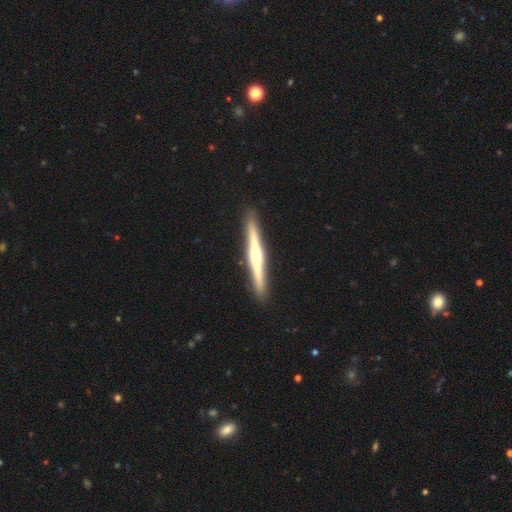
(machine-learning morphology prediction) smooth_or_featured: featured or disk (p=0.73) [alt: smooth p=0.22]
disk_edge_on: yes (p=0.97) [alt: no p=0.03]
edge_on_bulge: rounded (p=0.76) [alt: none p=0.16]
merging: none (p=0.90) [alt: minor disturbance p=0.07]